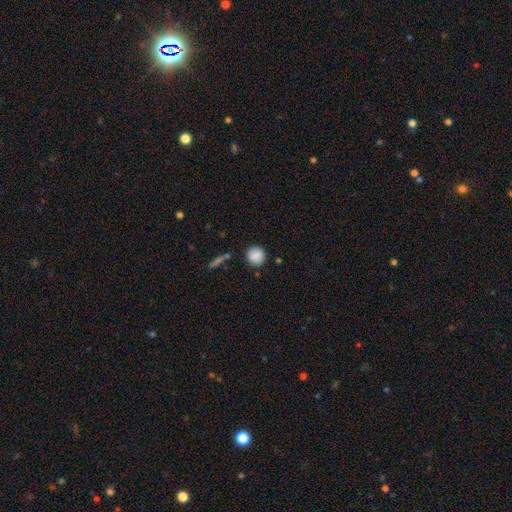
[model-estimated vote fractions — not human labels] A smooth galaxy with no disk features (88%) that is round (91%). Merging: none (85%).